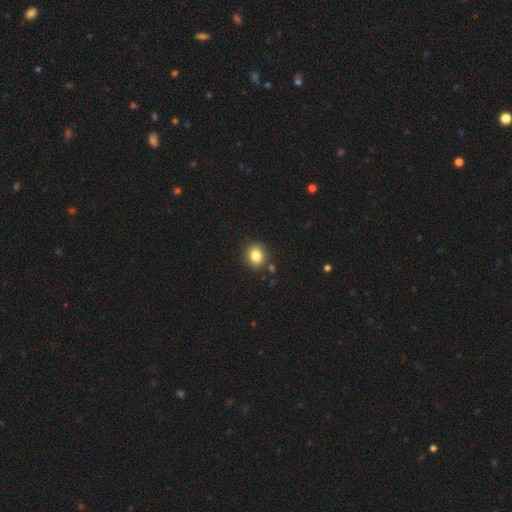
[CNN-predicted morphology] type=smooth (82%); roundness=round (77%); merging=none (86%).